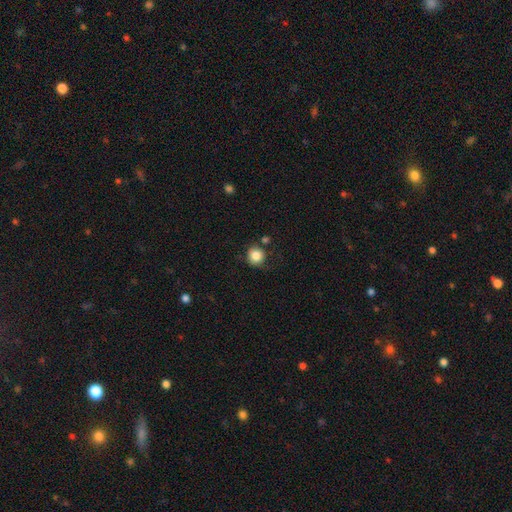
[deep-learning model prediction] The model was most divided on "merging": none: 79%, minor disturbance: 12%, merger: 5%, major disturbance: 3%. More confident: how rounded — round (91%); smooth or featured — smooth (85%).